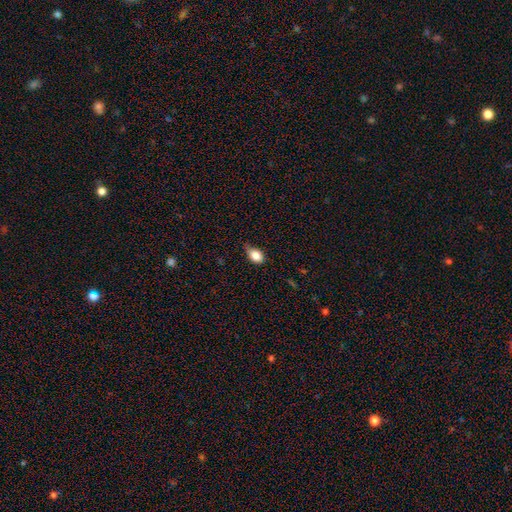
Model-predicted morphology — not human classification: Smooth or featured?
  - smooth: 84% *
  - star or artifact: 9%
  - featured or disk: 7%
How rounded?
  - in between: 77% *
  - round: 21%
  - cigar-shaped: 2%
Merging?
  - none: 54% *
  - minor disturbance: 37%
  - major disturbance: 8%
  - merger: 2%